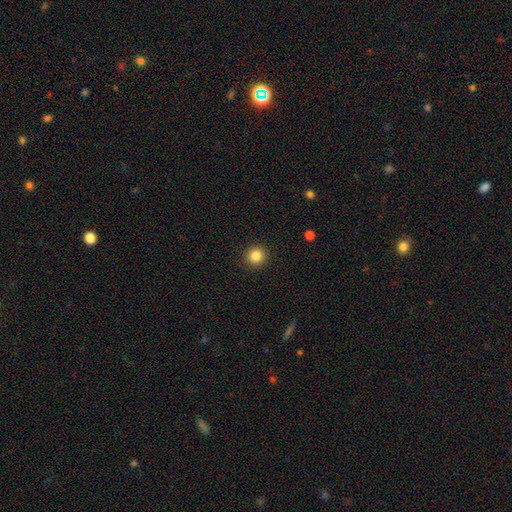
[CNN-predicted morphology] Overall: smooth (85%). How rounded: round (93%). Merging: none (92%).